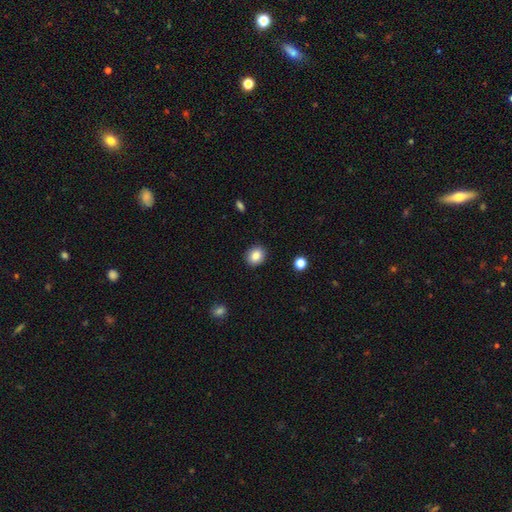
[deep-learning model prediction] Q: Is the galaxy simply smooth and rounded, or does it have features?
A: smooth — 85%.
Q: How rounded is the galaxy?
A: round — 69%.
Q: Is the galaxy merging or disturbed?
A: none — 90%.